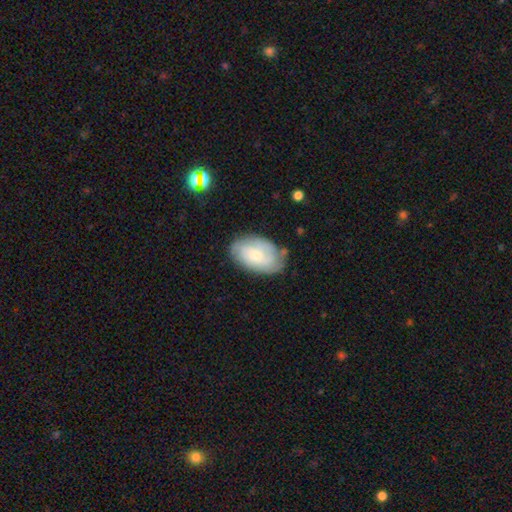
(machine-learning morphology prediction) Smooth or featured? featured or disk (50%)
Merging? none (74%)